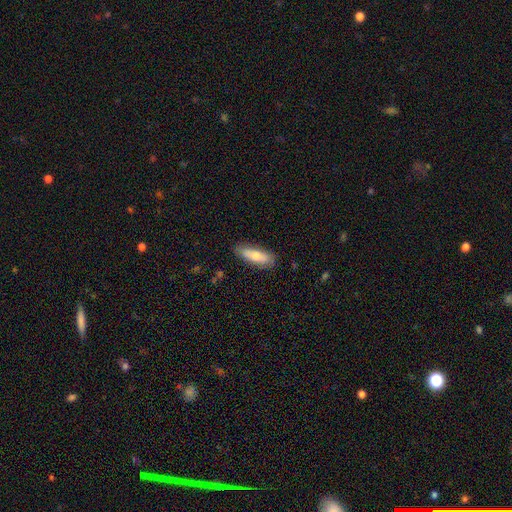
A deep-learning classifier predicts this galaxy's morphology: The model was most divided on "how rounded": in between: 58%, cigar-shaped: 40%, round: 2%. More confident: merging — none (80%); smooth or featured — smooth (69%).